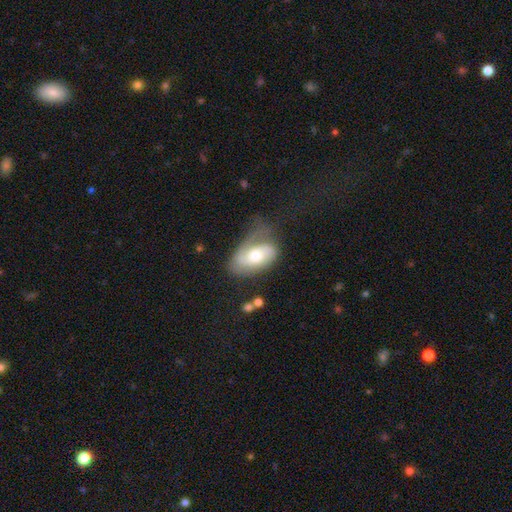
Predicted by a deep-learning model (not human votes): The model was most divided on "merging": none: 39%, minor disturbance: 33%, major disturbance: 25%, merger: 4%. More confident: edge-on disk — no (93%); spiral arms — yes (79%); bar — no (66%); bulge size — moderate (65%); smooth or featured — featured or disk (55%).